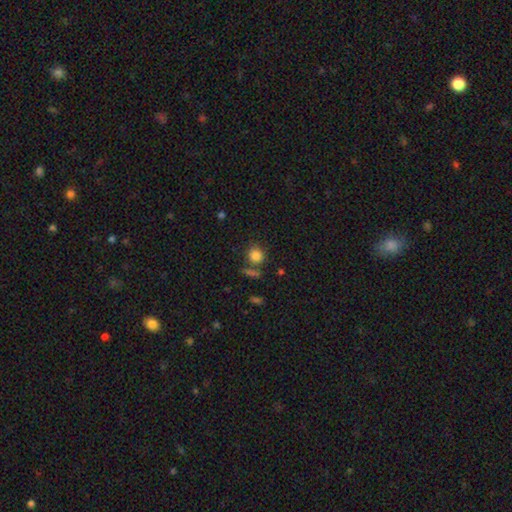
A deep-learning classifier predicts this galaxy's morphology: type=smooth (83%); roundness=round (84%); merging=none (71%).